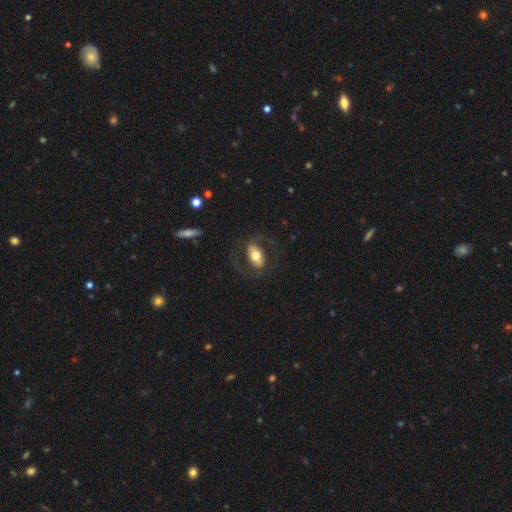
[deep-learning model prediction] Q: Smooth or featured?
A: featured or disk (52%); runner-up: smooth (42%)
Q: Edge-on disk?
A: no (90%); runner-up: yes (10%)
Q: Merging?
A: none (70%); runner-up: major disturbance (15%)